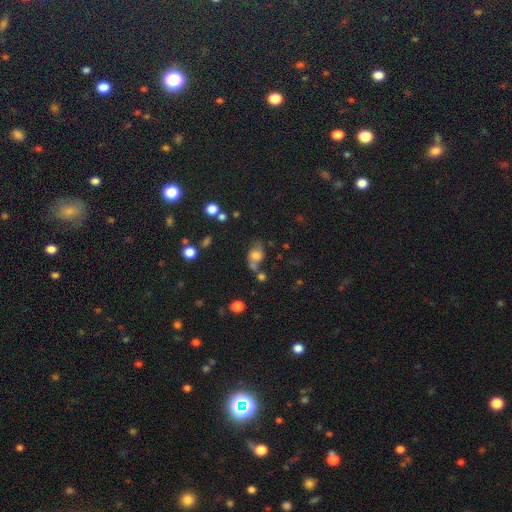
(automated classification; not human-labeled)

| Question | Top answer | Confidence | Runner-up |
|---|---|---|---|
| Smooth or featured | smooth | 60% | featured or disk (25%) |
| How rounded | in between | 66% | round (32%) |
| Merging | none | 44% | minor disturbance (22%) |